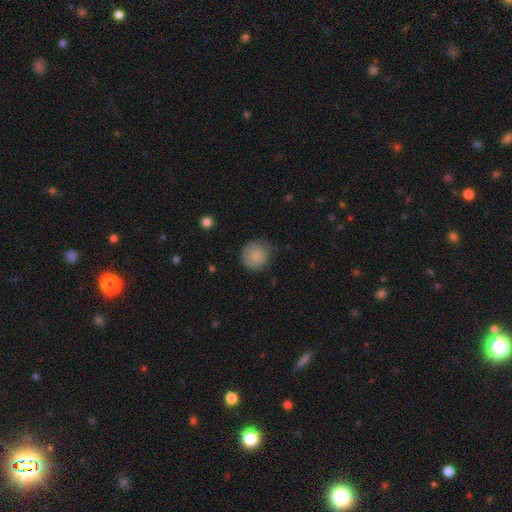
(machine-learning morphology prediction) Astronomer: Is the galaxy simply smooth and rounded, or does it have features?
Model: smooth — 83%.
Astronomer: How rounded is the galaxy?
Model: round — 92%.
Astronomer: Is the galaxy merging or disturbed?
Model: none — 67%.